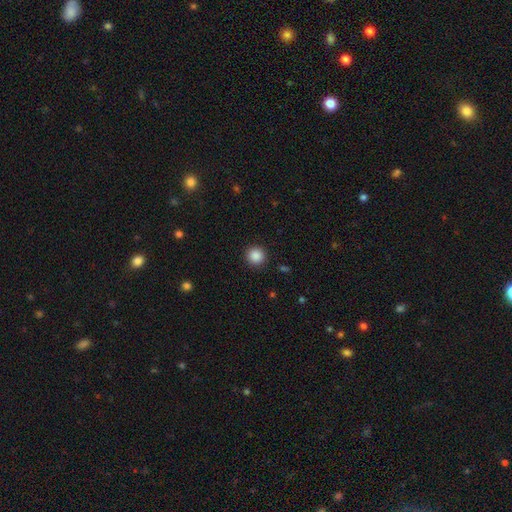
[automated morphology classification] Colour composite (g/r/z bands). It shows a smooth galaxy with no disk features (87%) that is round (95%). Merging: none (91%).